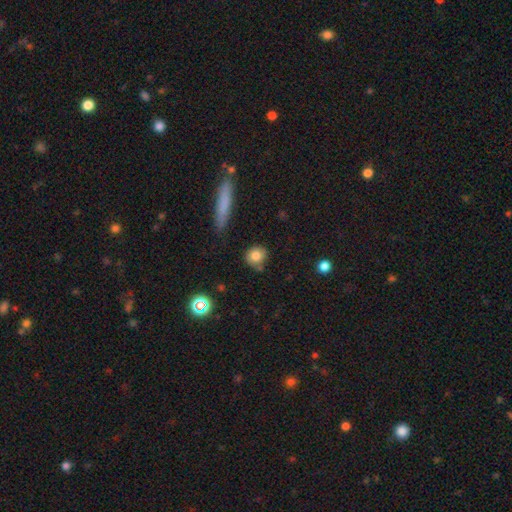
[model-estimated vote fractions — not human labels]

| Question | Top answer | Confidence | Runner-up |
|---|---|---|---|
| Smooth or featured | smooth | 80% | featured or disk (10%) |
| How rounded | round | 80% | in between (18%) |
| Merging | none | 66% | minor disturbance (22%) |